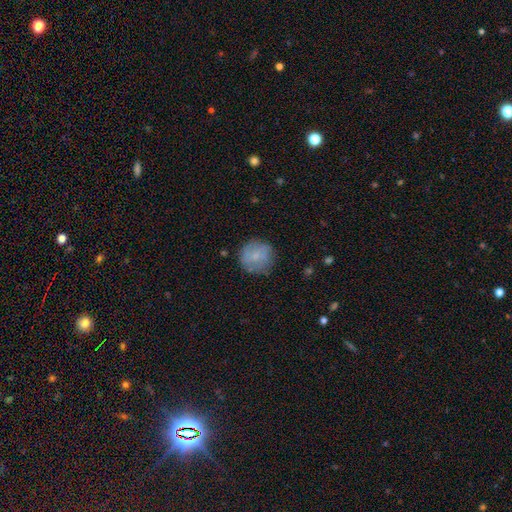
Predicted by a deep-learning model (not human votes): smooth 75%, featured or disk 17%, star or artifact 8%. Down the decision tree: how rounded — round (92%); merging — none (80%).